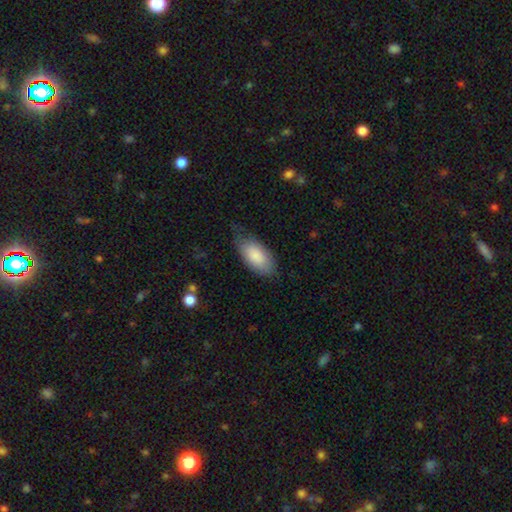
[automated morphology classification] smooth 85%, featured or disk 9%, star or artifact 6%. Down the decision tree: how rounded — in between (94%); merging — none (62%).